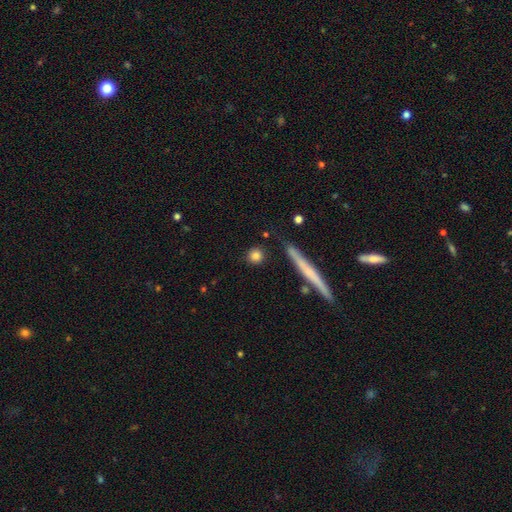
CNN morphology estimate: Overall: smooth (82%). How rounded: round (86%). Merging: none (86%).